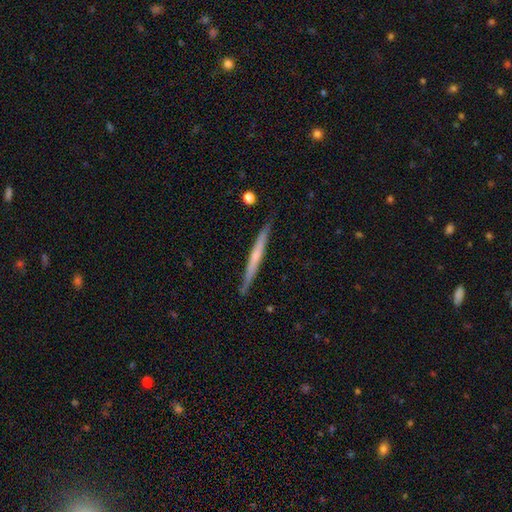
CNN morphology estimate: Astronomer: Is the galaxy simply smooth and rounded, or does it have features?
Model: featured or disk — 55% (runner-up: smooth, 39%).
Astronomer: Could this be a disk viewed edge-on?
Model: yes — 97%.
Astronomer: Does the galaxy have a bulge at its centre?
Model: none — 67%.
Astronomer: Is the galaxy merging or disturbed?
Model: none — 89%.